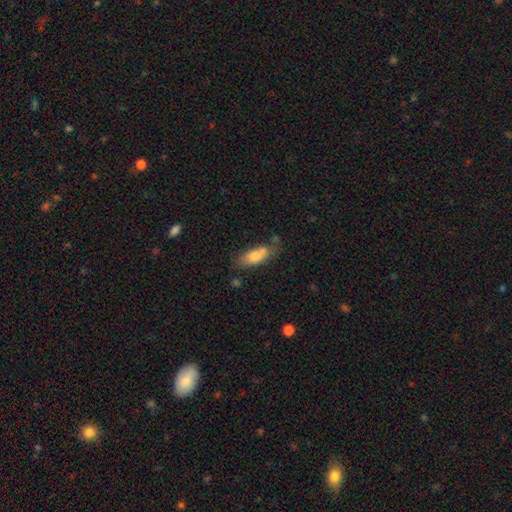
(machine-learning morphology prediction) This is likely a smooth galaxy (77%). How rounded: likely in between (72%). Merging: possibly none (54%).